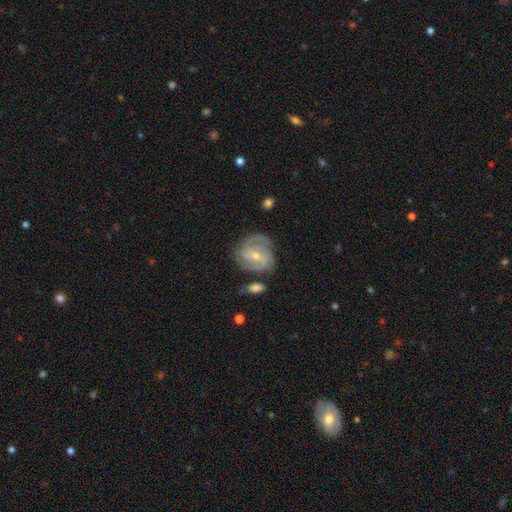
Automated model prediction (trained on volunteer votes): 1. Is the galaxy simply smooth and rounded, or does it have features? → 75% featured or disk, 19% smooth, 6% star or artifact.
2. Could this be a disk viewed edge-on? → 97% no, 3% yes.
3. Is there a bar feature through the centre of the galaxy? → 47% weak, 36% no, 17% strong.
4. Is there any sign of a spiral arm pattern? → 89% yes, 11% no.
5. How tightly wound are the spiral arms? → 47% tight, 40% medium, 13% loose.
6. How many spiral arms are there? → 55% 2, 21% can't tell, 15% 3, 4% 1, 3% 4, 2% more than 4.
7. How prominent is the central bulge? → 51% small, 45% moderate, 1% large, 1% none, 1% dominant.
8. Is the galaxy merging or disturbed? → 64% none, 22% minor disturbance, 9% major disturbance, 5% merger.